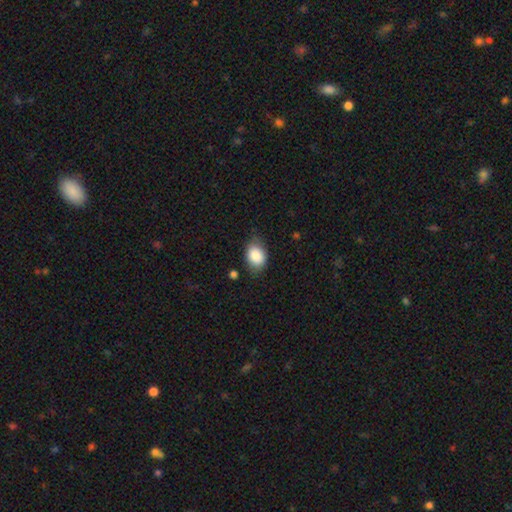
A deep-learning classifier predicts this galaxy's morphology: Smooth or featured: smooth — 87% (star or artifact — 7%)
How rounded: in between — 74% (round — 25%)
Merging: none — 70% (minor disturbance — 23%)